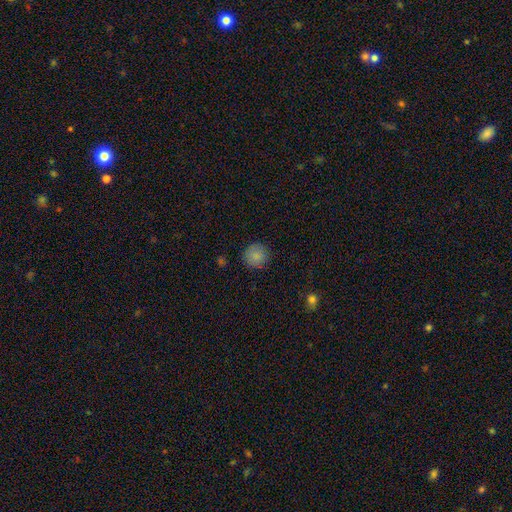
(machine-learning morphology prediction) Smooth or featured?
  - smooth: 85% *
  - star or artifact: 10%
  - featured or disk: 5%
How rounded?
  - round: 94% *
  - in between: 5%
  - cigar-shaped: 1%
Merging?
  - none: 88% *
  - minor disturbance: 8%
  - major disturbance: 2%
  - merger: 1%